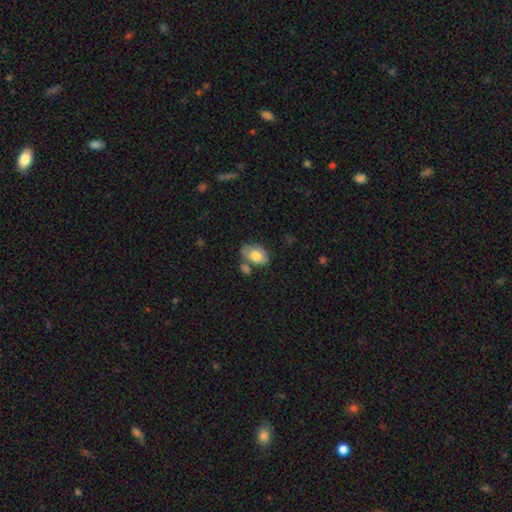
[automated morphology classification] smooth 75%, featured or disk 18%, star or artifact 7%. Down the decision tree: how rounded — in between (88%); merging — none (51%).